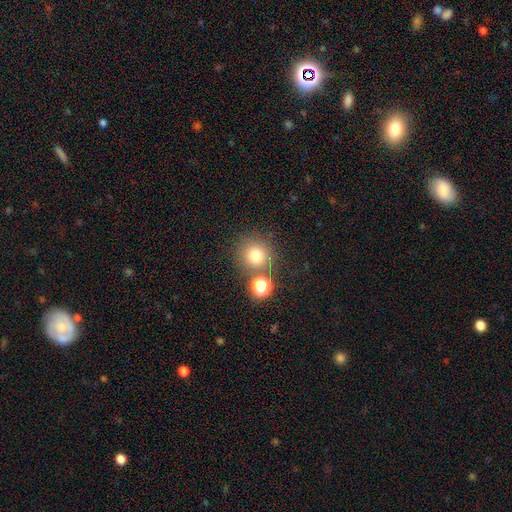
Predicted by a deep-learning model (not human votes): Smooth or featured? smooth (76%)
How rounded? round (92%)
Merging? none (74%)